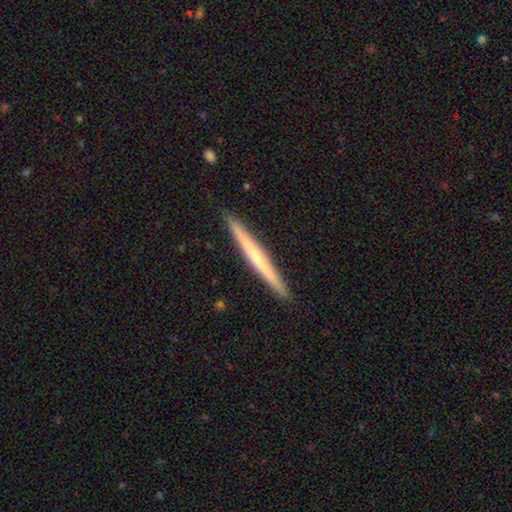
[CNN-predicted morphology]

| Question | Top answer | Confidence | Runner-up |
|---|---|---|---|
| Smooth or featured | featured or disk | 53% | smooth (42%) |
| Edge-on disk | yes | 98% | no (2%) |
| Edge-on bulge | none | 71% | rounded (23%) |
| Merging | none | 92% | minor disturbance (5%) |